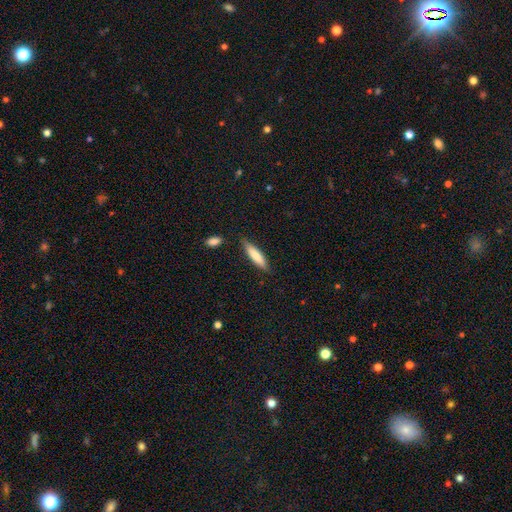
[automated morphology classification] Q: Smooth or featured?
A: smooth (75%); runner-up: featured or disk (19%)
Q: How rounded?
A: cigar-shaped (79%); runner-up: in between (19%)
Q: Merging?
A: none (82%); runner-up: minor disturbance (12%)